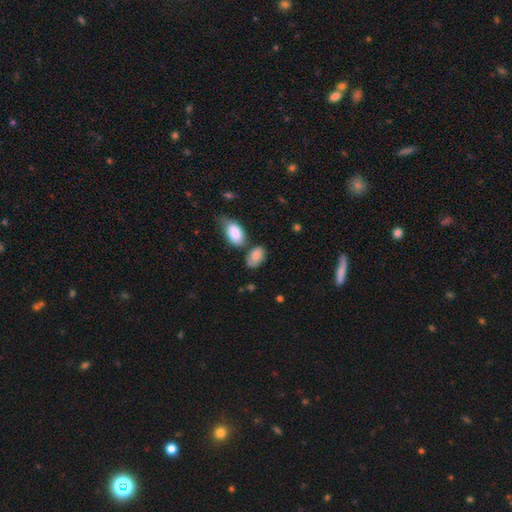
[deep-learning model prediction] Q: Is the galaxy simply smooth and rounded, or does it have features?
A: smooth — 81%.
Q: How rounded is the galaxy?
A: in between — 89%.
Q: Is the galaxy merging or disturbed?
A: none — 44%.